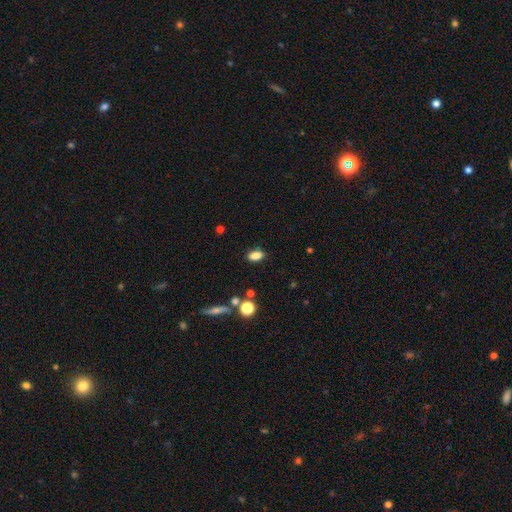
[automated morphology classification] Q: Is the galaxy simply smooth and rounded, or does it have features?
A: smooth — 83%.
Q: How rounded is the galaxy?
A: in between — 84%.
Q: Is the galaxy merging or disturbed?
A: none — 83%.